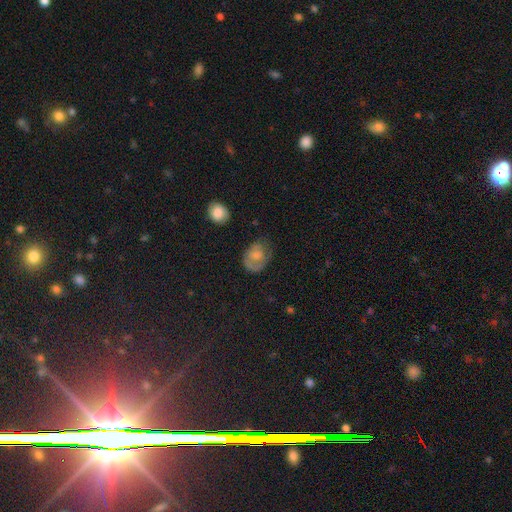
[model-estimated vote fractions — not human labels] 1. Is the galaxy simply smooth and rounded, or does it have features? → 61% smooth, 29% featured or disk, 9% star or artifact.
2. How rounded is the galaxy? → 63% in between, 36% round, 1% cigar-shaped.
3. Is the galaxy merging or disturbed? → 47% none, 32% minor disturbance, 19% major disturbance, 2% merger.